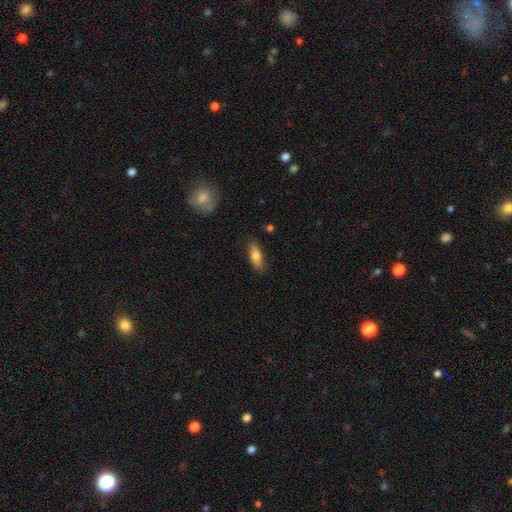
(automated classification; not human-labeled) Q: Smooth or featured?
A: smooth (71%); runner-up: featured or disk (22%)
Q: How rounded?
A: in between (56%); runner-up: cigar-shaped (41%)
Q: Merging?
A: none (78%); runner-up: minor disturbance (17%)